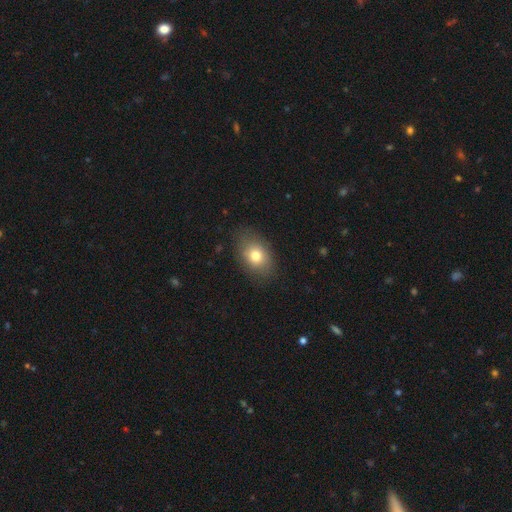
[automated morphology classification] A smooth galaxy with no disk features (78%) that is in between round and cigar-shaped (77%). Merging: none (81%).